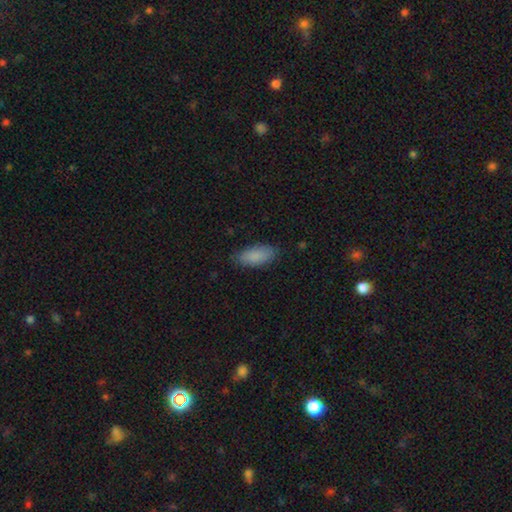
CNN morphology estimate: This appears to be a smooth galaxy with no disk features (88%) that is in between round and cigar-shaped (88%). Merging: none (82%).